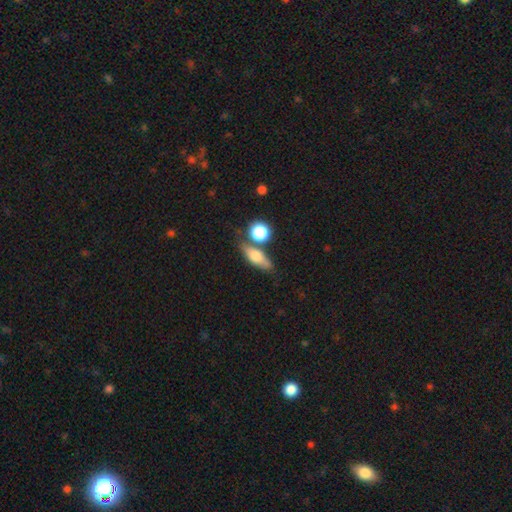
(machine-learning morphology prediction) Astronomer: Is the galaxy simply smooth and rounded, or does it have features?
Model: smooth — 61%.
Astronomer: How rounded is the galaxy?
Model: in between — 49% (runner-up: cigar-shaped, 35%).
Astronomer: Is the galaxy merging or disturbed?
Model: none — 66%.